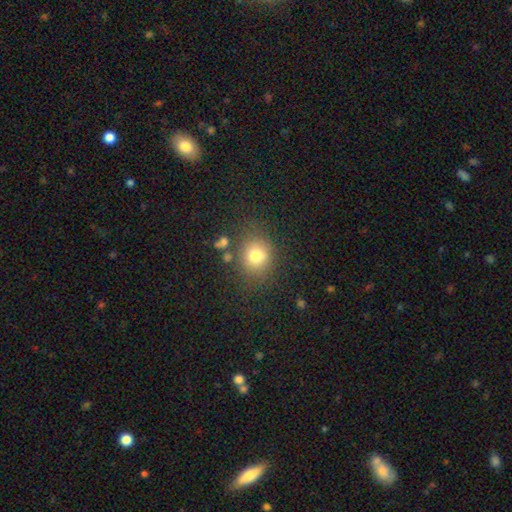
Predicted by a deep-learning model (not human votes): smooth-or-featured: smooth: 77% | star or artifact: 13% | featured or disk: 10%
  how-rounded: round: 72% | in between: 27% | cigar-shaped: 1%
  merging: none: 75% | minor disturbance: 14% | major disturbance: 6% | merger: 5%